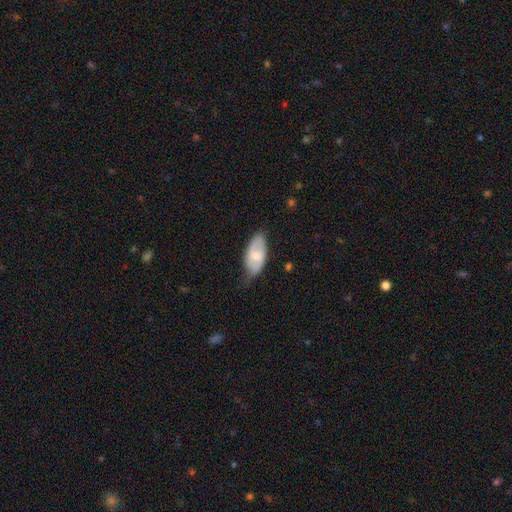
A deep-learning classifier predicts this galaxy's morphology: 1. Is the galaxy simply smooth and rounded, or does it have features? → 58% smooth, 37% featured or disk, 6% star or artifact.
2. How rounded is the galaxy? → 92% in between, 5% cigar-shaped, 3% round.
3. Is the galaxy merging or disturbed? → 56% none, 35% minor disturbance, 7% major disturbance, 2% merger.